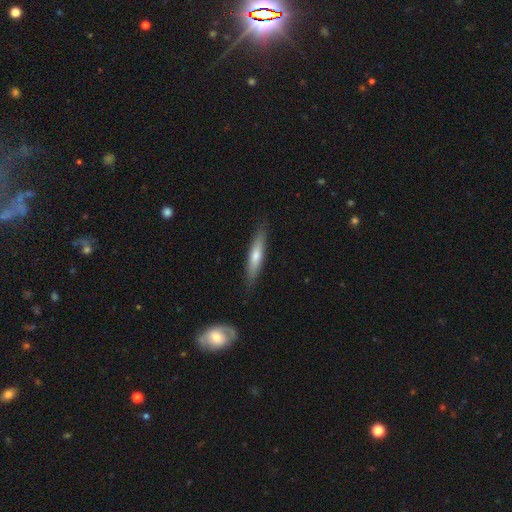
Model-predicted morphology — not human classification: A smooth galaxy with no disk features (56%) that is cigar-shaped (86%). Merging: none (85%).